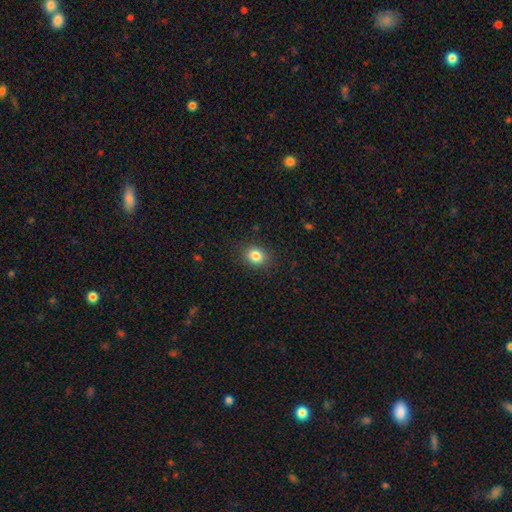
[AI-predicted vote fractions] This appears to be a smooth galaxy with no disk features (83%) that is round (63%). Merging: none (89%).